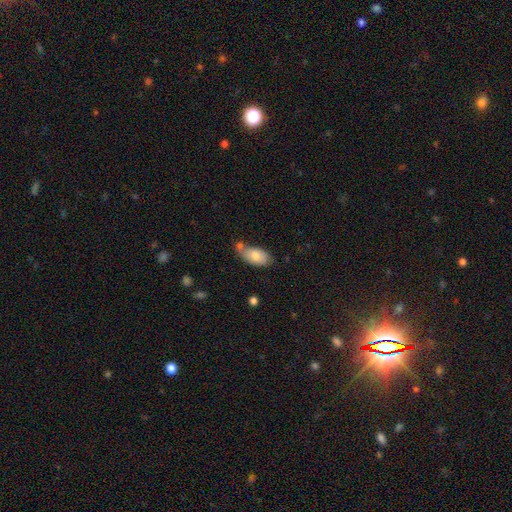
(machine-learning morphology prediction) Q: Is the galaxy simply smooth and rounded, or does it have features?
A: smooth — 77%.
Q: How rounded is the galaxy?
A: in between — 93%.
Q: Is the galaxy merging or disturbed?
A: none — 45%.